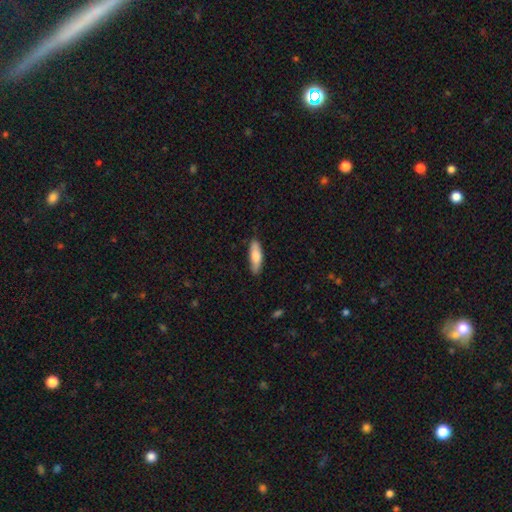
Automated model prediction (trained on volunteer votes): Smooth or featured: smooth — 80% (featured or disk — 14%)
How rounded: in between — 51% (cigar-shaped — 48%)
Merging: none — 84% (minor disturbance — 13%)